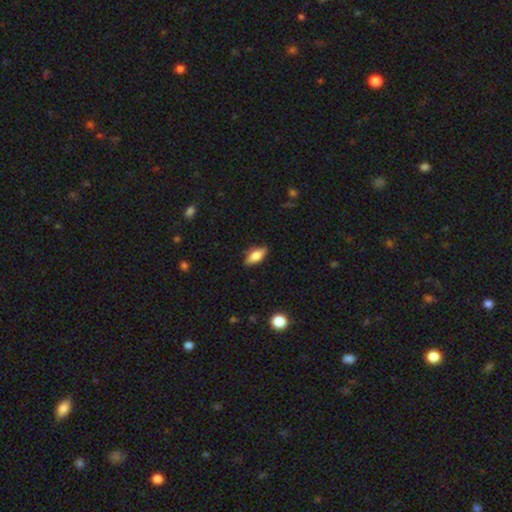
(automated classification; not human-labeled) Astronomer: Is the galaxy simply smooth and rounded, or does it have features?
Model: smooth — 66%.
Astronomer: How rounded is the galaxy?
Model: in between — 78%.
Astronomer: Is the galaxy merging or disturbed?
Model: none — 83%.